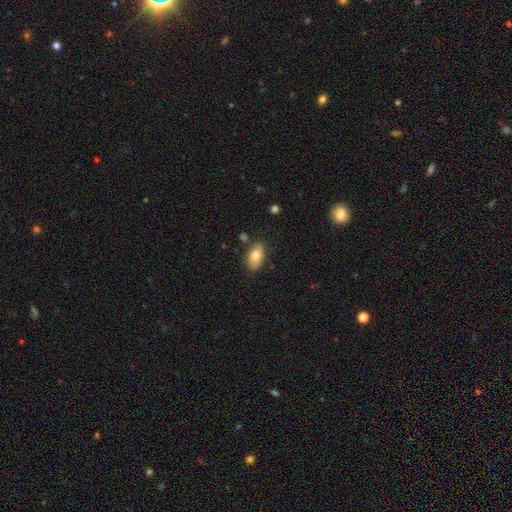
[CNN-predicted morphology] The model was most divided on "smooth or featured": smooth: 78%, featured or disk: 15%, star or artifact: 7%. More confident: how rounded — in between (91%); merging — none (80%).